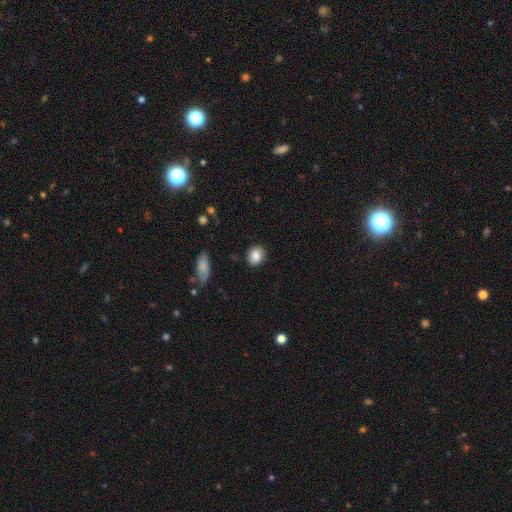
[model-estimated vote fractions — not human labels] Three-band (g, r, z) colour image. It shows a smooth galaxy with no disk features (85%) that is round (60%). Merging: none (86%).